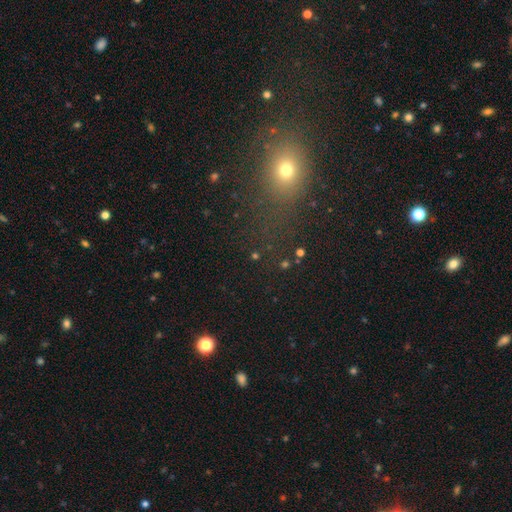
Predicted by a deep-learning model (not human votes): Overall: star or artifact (47%; smooth 41%).